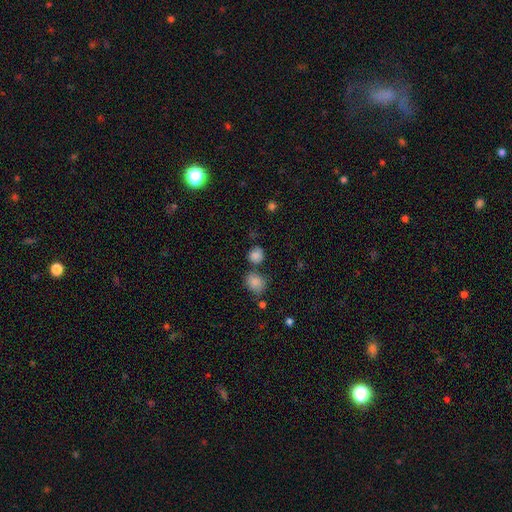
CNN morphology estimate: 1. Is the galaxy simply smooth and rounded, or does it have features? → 83% smooth, 12% star or artifact, 6% featured or disk.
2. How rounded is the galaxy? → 77% round, 22% in between, 1% cigar-shaped.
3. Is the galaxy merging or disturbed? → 64% none, 18% merger, 14% minor disturbance, 4% major disturbance.